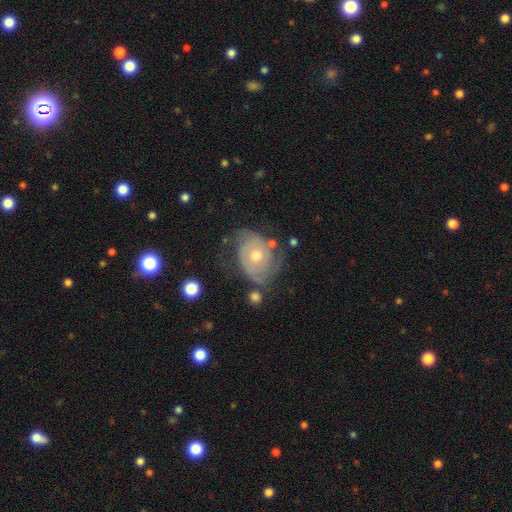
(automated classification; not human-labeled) This is clearly a featured or disk galaxy (80%). It is clearly not viewed edge-on (97%). Bar: likely no (78%). Spiral arm pattern: clearly yes (90%). Spiral arm count: possibly 2 (56%). Spiral winding: likely tight (65%). Central bulge: likely moderate (71%). Merging: likely none (62%).